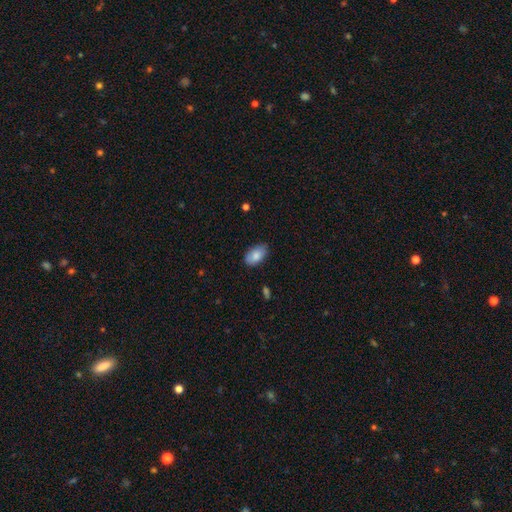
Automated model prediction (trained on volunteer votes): smooth 85%, featured or disk 8%, star or artifact 7%. Down the decision tree: how rounded — in between (94%); merging — none (81%).